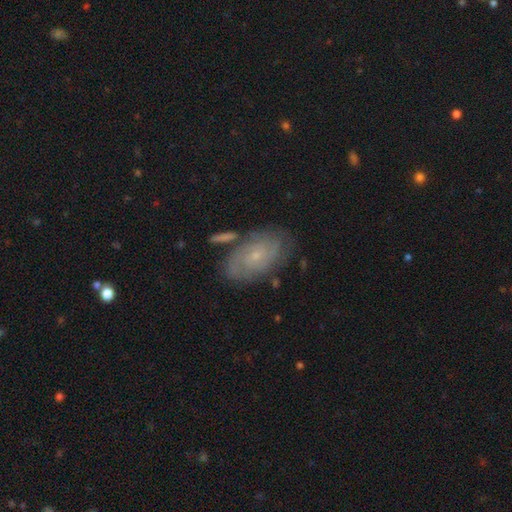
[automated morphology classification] featured or disk 67%, smooth 24%, star or artifact 9%. Down the decision tree: edge-on disk — no (95%); bar — no (76%); spiral arms — yes (85%); spiral arm count — can't tell (48%); spiral winding — tight (66%); bulge size — small (80%); merging — none (71%).